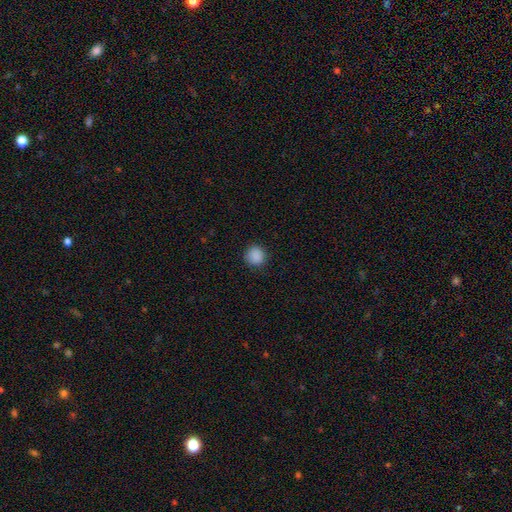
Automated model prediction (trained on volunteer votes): Morphology: type=smooth (88%); roundness=round (92%); merging=none (90%).